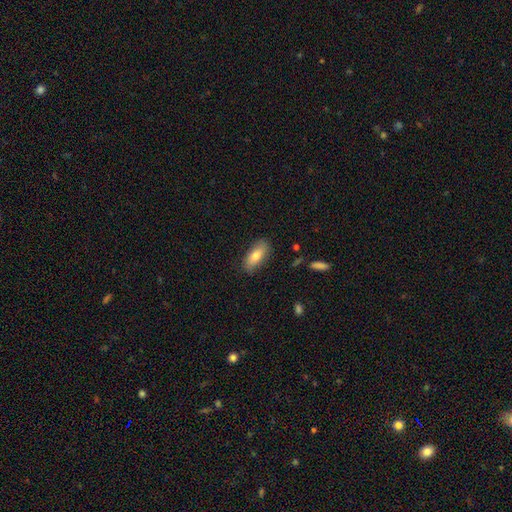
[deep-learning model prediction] The model was most divided on "how rounded": in between: 77%, cigar-shaped: 20%, round: 3%. More confident: merging — none (83%); smooth or featured — smooth (77%).